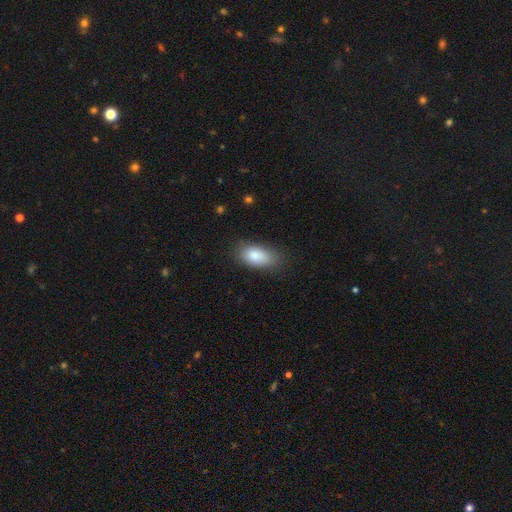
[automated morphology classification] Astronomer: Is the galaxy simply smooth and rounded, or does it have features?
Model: smooth — 85%.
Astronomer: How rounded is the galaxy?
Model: in between — 92%.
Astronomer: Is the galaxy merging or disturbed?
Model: none — 75%.